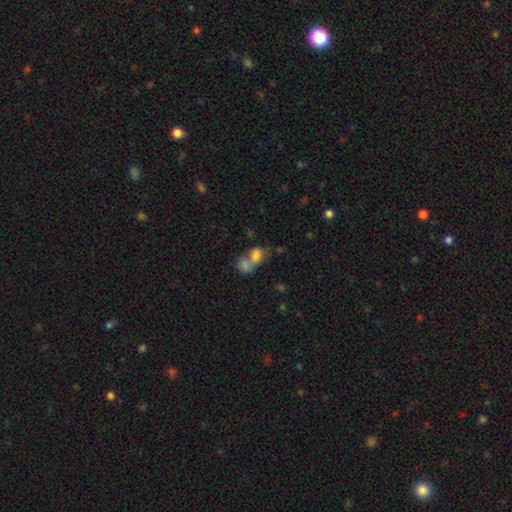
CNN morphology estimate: This appears to be a smooth galaxy with no disk features (75%) that is in between round and cigar-shaped (74%). Merging: merger (70%).